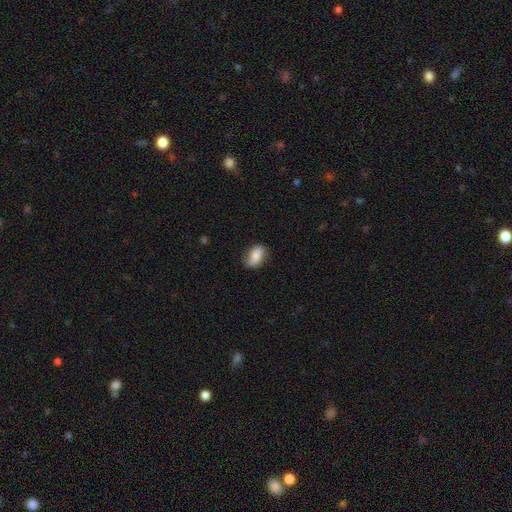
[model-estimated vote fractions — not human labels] Q: Smooth or featured?
A: smooth (77%); runner-up: featured or disk (15%)
Q: How rounded?
A: in between (88%); runner-up: round (9%)
Q: Merging?
A: none (69%); runner-up: minor disturbance (23%)